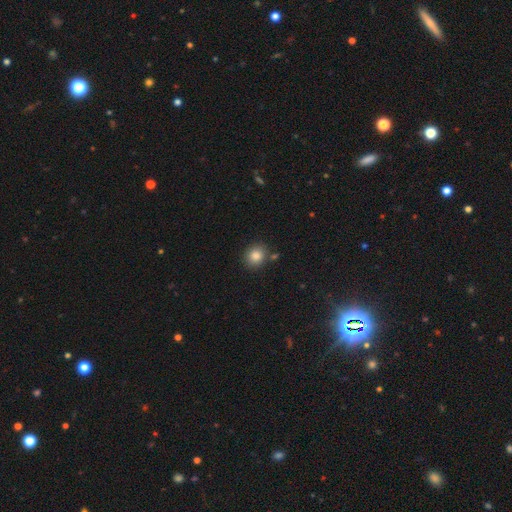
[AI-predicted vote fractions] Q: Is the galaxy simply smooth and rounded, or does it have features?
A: smooth — 85%.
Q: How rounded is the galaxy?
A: round — 76%.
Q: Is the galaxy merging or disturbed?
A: none — 81%.